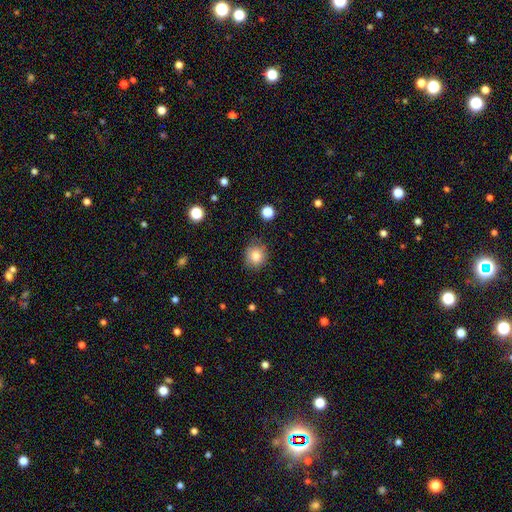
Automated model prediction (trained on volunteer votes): This appears to be a smooth galaxy with no disk features (82%) that is round (84%). Merging: none (82%).